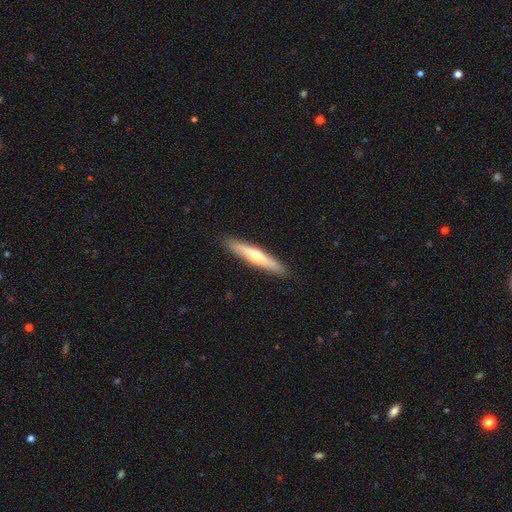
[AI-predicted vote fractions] Smooth or featured?
  - featured or disk: 51% *
  - smooth: 44%
  - star or artifact: 5%
Edge-on disk?
  - yes: 92% *
  - no: 8%
Merging?
  - none: 90% *
  - minor disturbance: 7%
  - major disturbance: 1%
  - merger: 1%